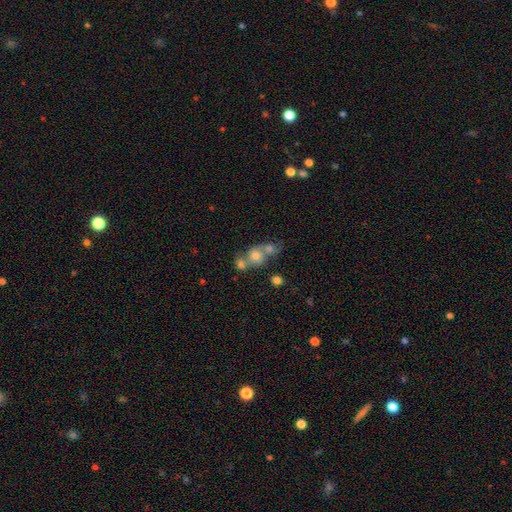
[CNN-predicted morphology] Smooth or featured: smooth — 66% (featured or disk — 19%)
How rounded: round — 70% (in between — 28%)
Merging: merger — 55% (none — 32%)